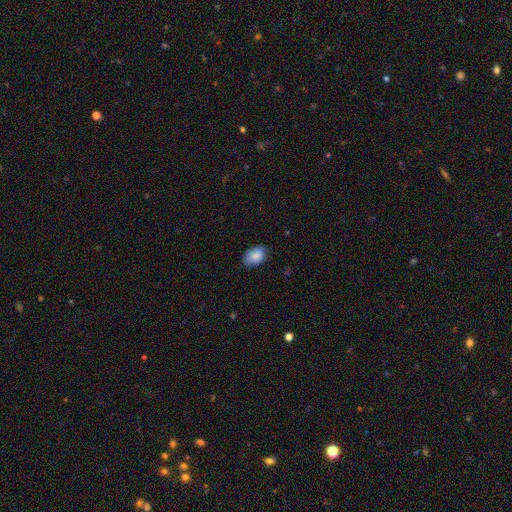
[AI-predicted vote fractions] Smooth or featured? Predicted: smooth (p=0.86). How rounded? Predicted: in between (p=0.84). Merging? Predicted: none (p=0.72).